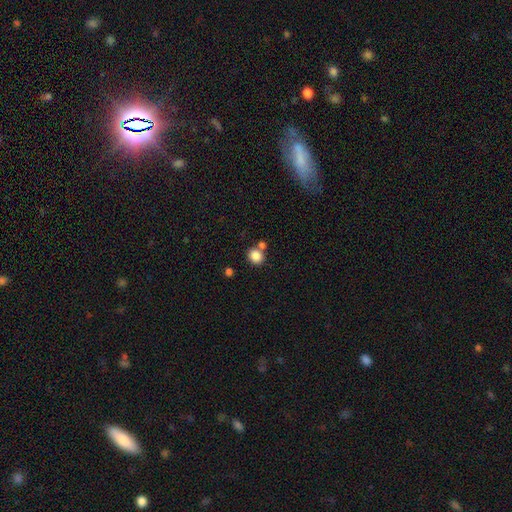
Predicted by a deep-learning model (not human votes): Overall: smooth (85%). How rounded: round (75%). Merging: none (63%; merger 24%).